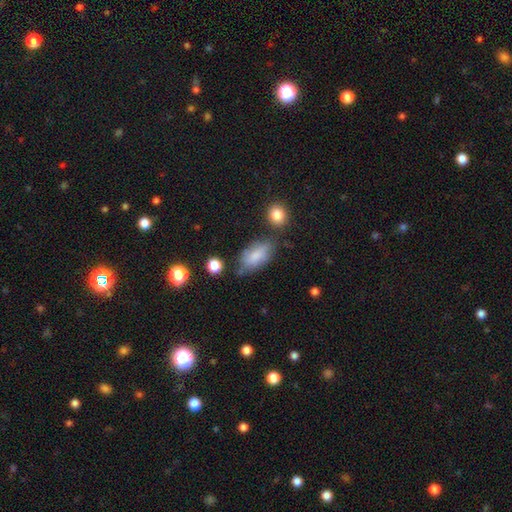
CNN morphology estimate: Smooth or featured: smooth — 75% (featured or disk — 16%)
How rounded: in between — 88% (cigar-shaped — 7%)
Merging: none — 56% (minor disturbance — 28%)